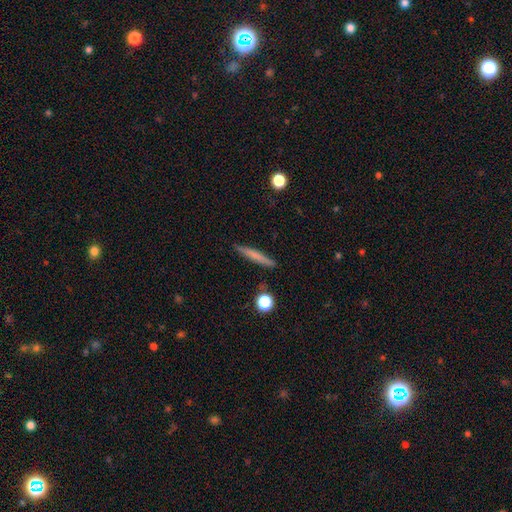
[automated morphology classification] Q: Smooth or featured?
A: smooth (63%); runner-up: featured or disk (29%)
Q: How rounded?
A: cigar-shaped (94%); runner-up: in between (4%)
Q: Merging?
A: none (88%); runner-up: minor disturbance (8%)